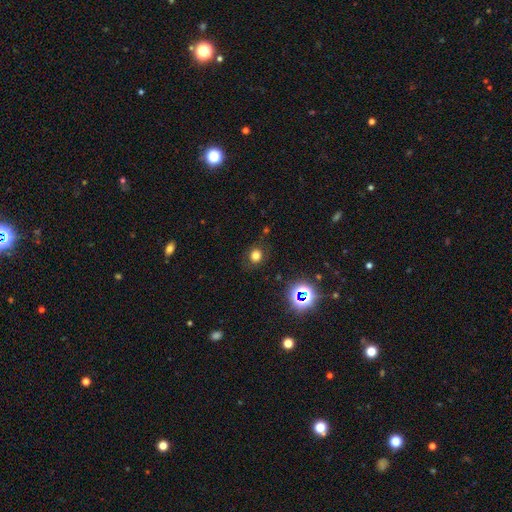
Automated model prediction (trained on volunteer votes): A smooth galaxy with no disk features (73%) that is round (73%). Merging: none (80%).